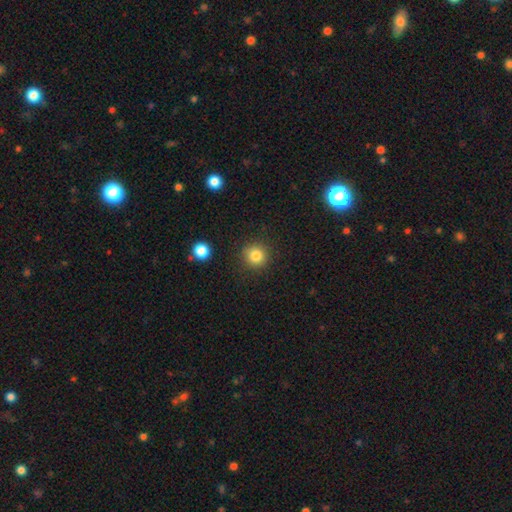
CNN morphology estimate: type=smooth (83%); roundness=round (92%); merging=none (89%).